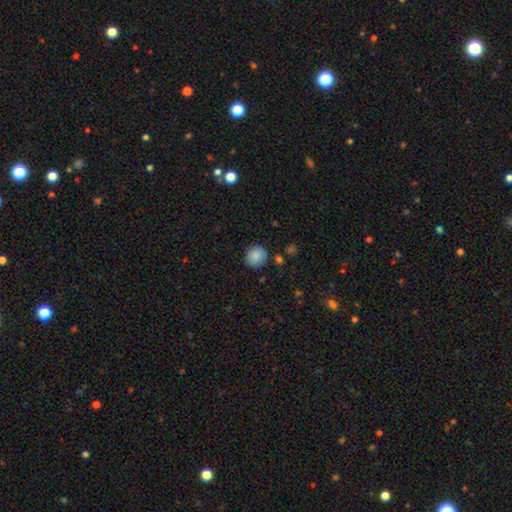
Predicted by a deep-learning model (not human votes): This appears to be a smooth galaxy with no disk features (87%) that is round (91%). Merging: none (85%).